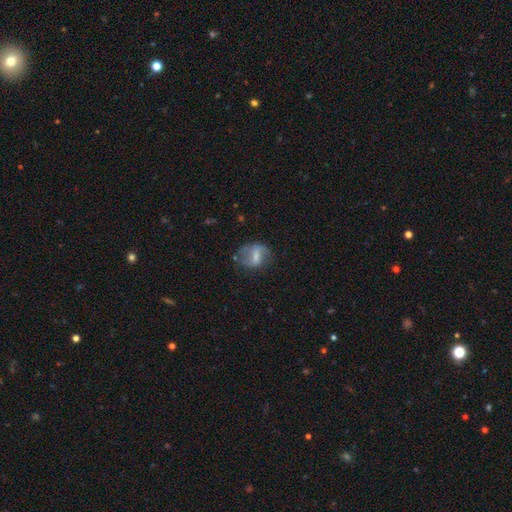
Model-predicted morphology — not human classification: Smooth or featured?
  - featured or disk: 53% *
  - smooth: 38%
  - star or artifact: 9%
Edge-on disk?
  - no: 95% *
  - yes: 5%
Bar?
  - strong: 43% *
  - weak: 39%
  - no: 18%
Spiral arms?
  - yes: 59% *
  - no: 41%
Bulge size?
  - none: 35% *
  - small: 29%
  - moderate: 28%
  - large: 7%
  - dominant: 2%
Merging?
  - none: 53% *
  - minor disturbance: 26%
  - major disturbance: 18%
  - merger: 3%